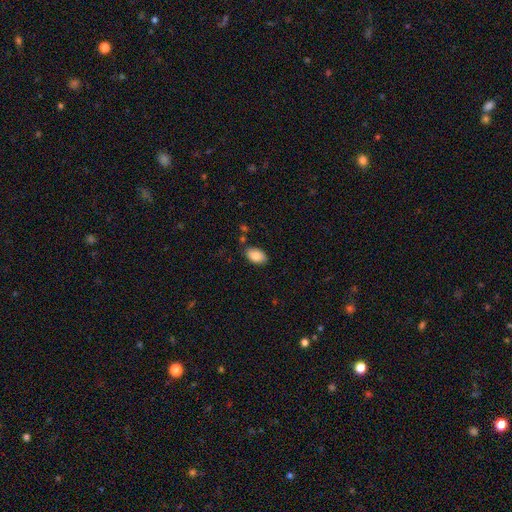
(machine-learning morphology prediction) This is clearly a smooth galaxy (87%). How rounded: clearly in between (92%). Merging: clearly none (82%).